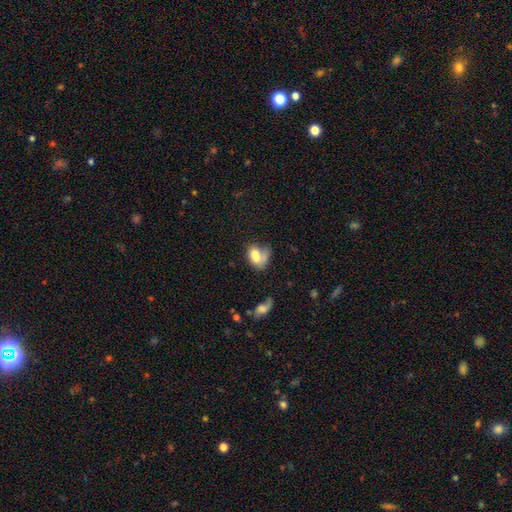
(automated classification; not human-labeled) Morphology: type=smooth (69%); roundness=in between (78%); merging=merger (43%).